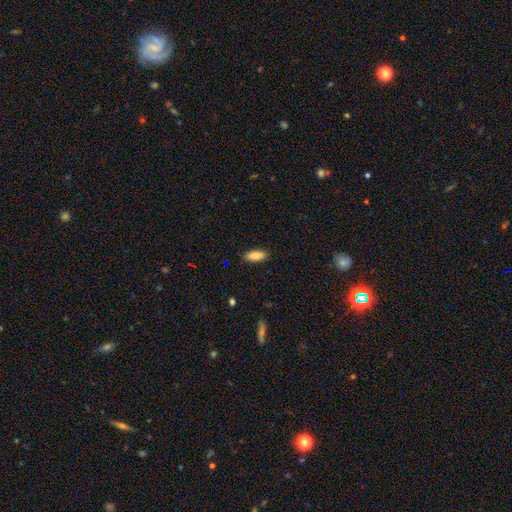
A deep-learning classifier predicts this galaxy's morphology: type=smooth (86%); roundness=in between (79%); merging=none (88%).